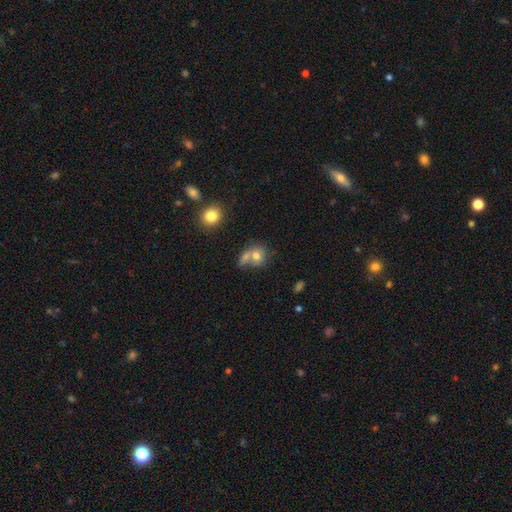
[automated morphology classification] type=smooth (71%); roundness=round (67%); merging=merger (47%).